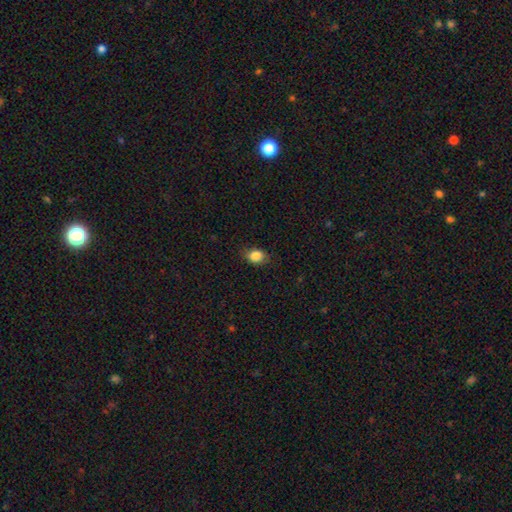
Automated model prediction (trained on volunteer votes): Smooth or featured: smooth — 85% (star or artifact — 9%)
How rounded: in between — 66% (round — 33%)
Merging: none — 79% (minor disturbance — 17%)